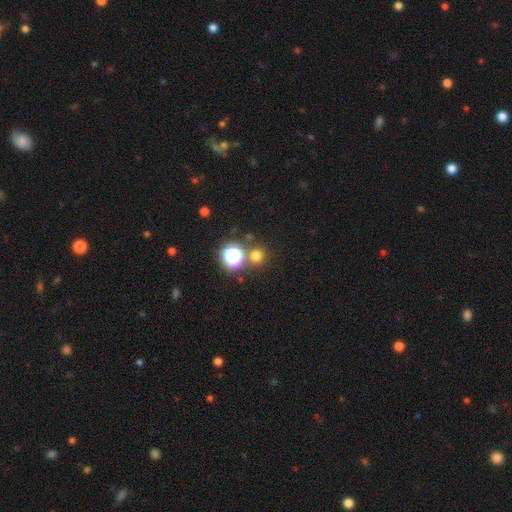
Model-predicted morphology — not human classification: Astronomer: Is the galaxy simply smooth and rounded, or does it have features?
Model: smooth — 67%.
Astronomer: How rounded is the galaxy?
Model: round — 92%.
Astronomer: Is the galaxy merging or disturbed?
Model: none — 77%.